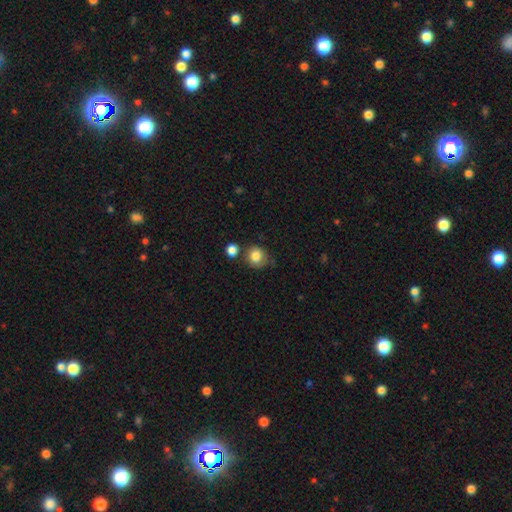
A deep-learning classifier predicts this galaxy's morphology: This appears to be a smooth galaxy with no disk features (83%) that is round (80%). Merging: none (61%).